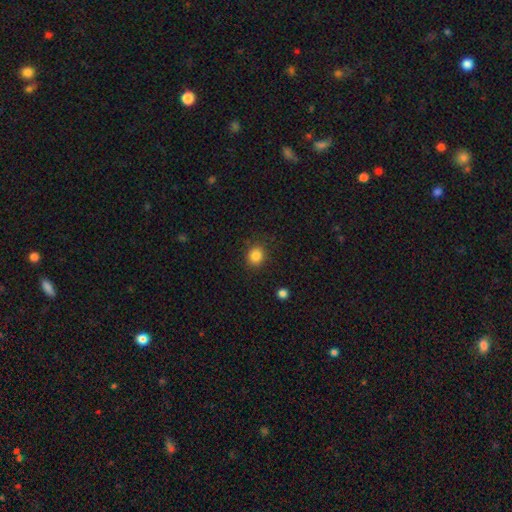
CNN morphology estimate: Smooth or featured? smooth (85%)
How rounded? round (79%)
Merging? none (87%)